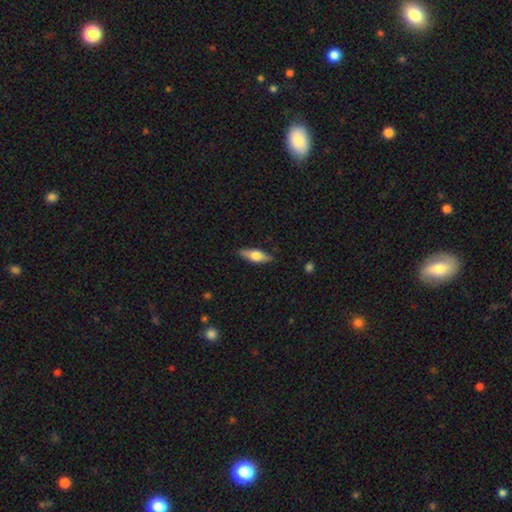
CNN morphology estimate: Overall: smooth (55%; featured or disk 39%). How rounded: in between (58%; cigar-shaped 39%). Merging: none (86%).